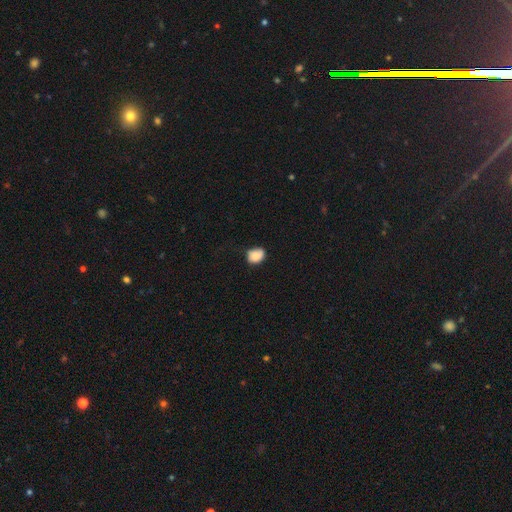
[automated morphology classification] smooth_or_featured: smooth (p=0.83) [alt: featured or disk p=0.09]
how_rounded: in between (p=0.52) [alt: round p=0.47]
merging: none (p=0.55) [alt: minor disturbance p=0.35]